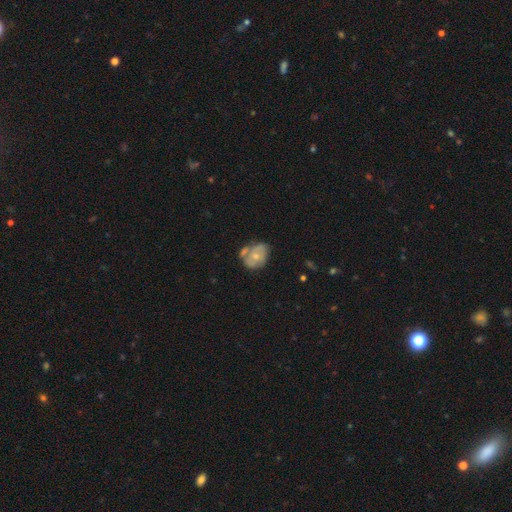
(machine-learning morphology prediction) A featured or disk galaxy (47%). Merging: none (35%).